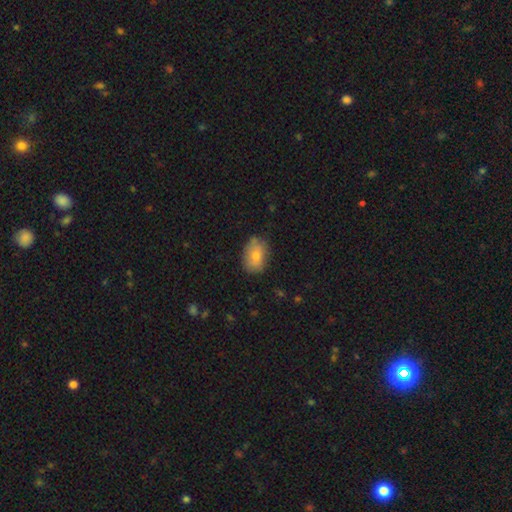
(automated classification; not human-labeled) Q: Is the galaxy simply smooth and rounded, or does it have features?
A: smooth — 77%.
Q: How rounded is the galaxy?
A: in between — 82%.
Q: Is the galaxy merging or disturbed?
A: none — 77%.